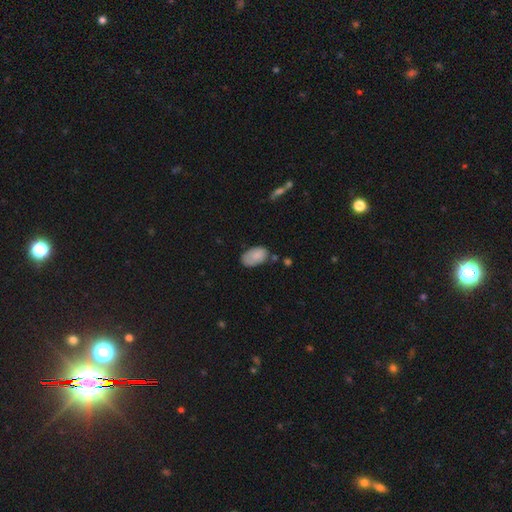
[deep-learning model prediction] Smooth or featured: smooth — 84% (featured or disk — 9%)
How rounded: in between — 94% (round — 5%)
Merging: none — 60% (minor disturbance — 28%)